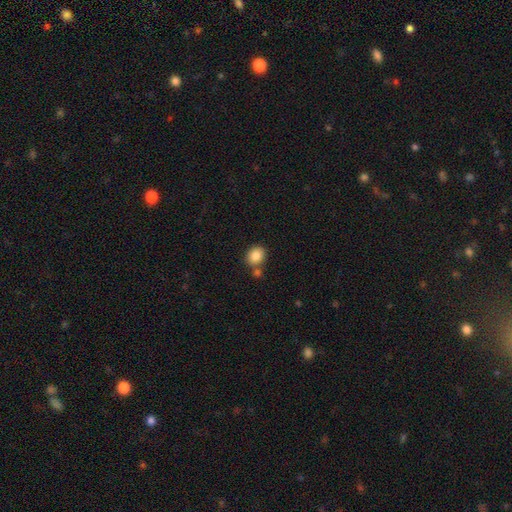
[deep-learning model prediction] smooth 86%, star or artifact 9%, featured or disk 5%. Down the decision tree: how rounded — round (60%); merging — none (68%).